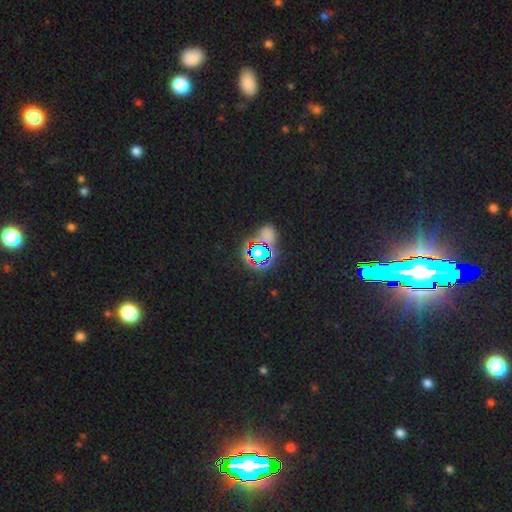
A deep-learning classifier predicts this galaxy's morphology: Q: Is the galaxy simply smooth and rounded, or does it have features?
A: star or artifact — 64%.